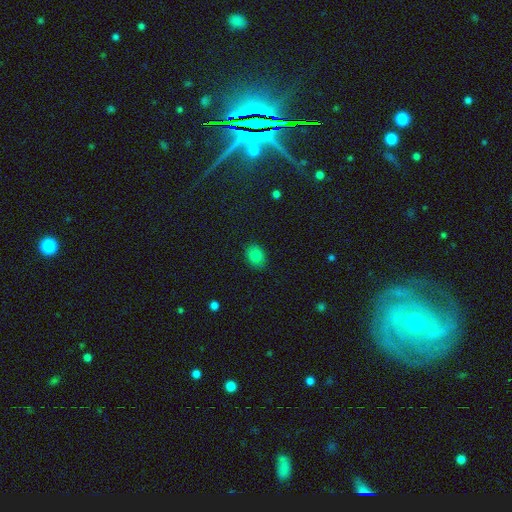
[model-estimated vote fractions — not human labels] The model was most divided on "how rounded": in between: 57%, round: 42%, cigar-shaped: 1%. More confident: merging — none (87%); smooth or featured — smooth (81%).